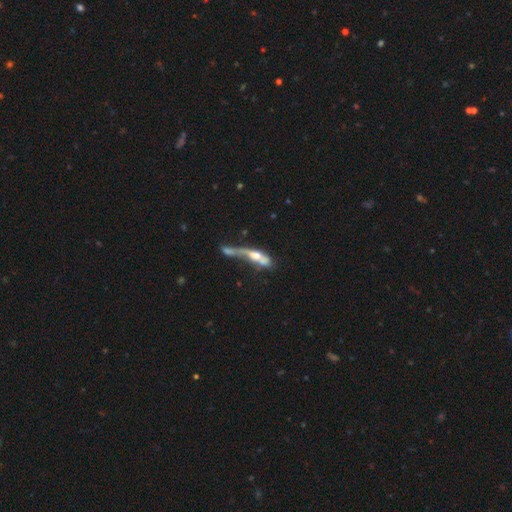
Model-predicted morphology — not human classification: Smooth or featured? Predicted: featured or disk (p=0.49). Merging? Predicted: merger (p=0.50).